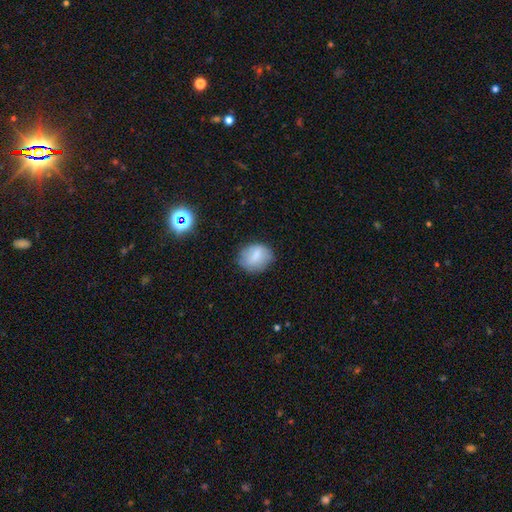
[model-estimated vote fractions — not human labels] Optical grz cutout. It shows a smooth galaxy with no disk features (76%) that is round (52%). Merging: none (73%).